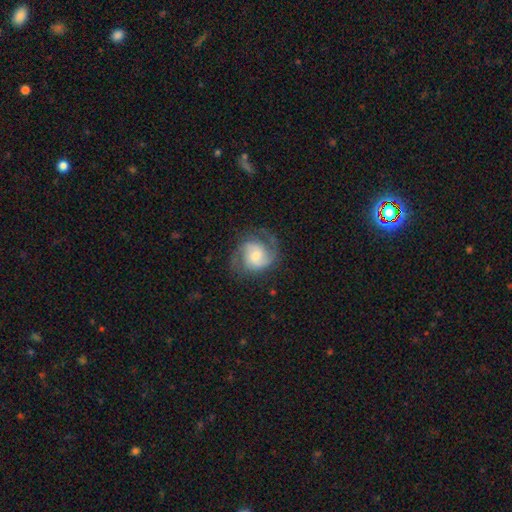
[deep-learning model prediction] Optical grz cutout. It shows a featured or disk galaxy (79%) with no bar (53%), 2 (77%) medium (50%) spiral arms (95%) and a moderate central bulge (49%). Merging: none (71%).